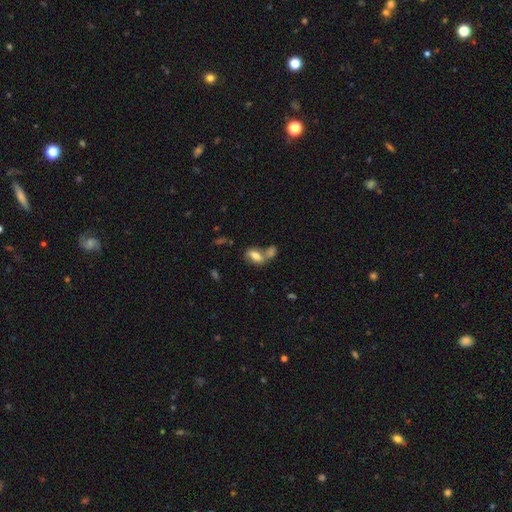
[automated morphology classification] A smooth galaxy with no disk features (68%) that is in between round and cigar-shaped (87%). Merging: merger (43%).